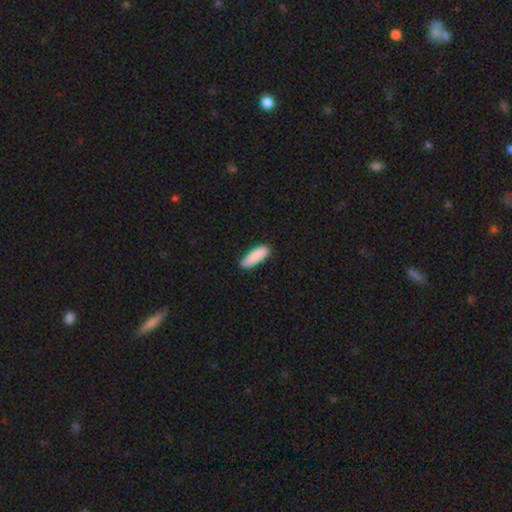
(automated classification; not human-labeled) The model was most divided on "how rounded": in between: 54%, cigar-shaped: 45%, round: 2%. More confident: smooth or featured — smooth (89%); merging — none (82%).